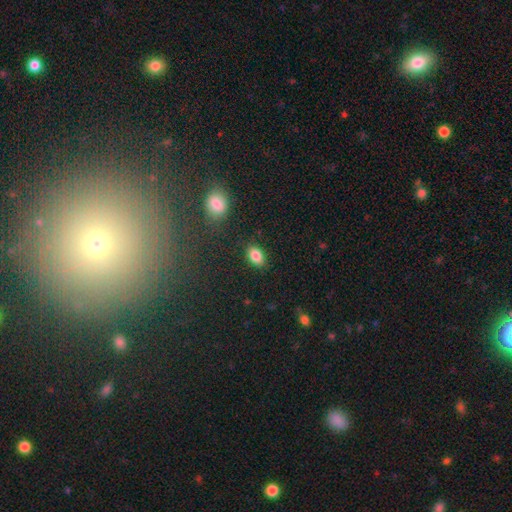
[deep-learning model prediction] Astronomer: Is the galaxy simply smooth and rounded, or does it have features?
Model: smooth — 86%.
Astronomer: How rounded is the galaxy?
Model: in between — 87%.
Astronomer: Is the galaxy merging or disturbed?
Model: none — 86%.